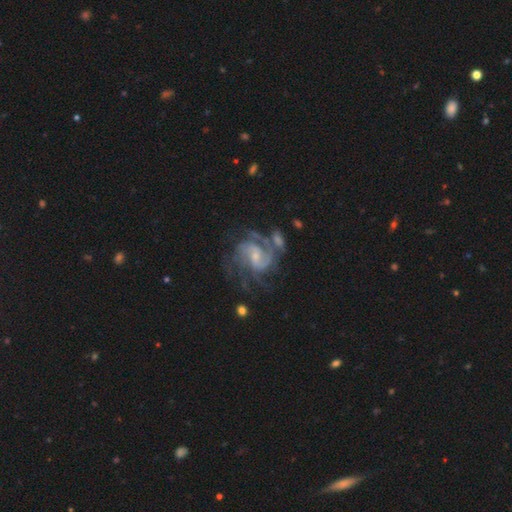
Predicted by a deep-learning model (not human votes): This is clearly a featured or disk galaxy (88%). It is clearly not viewed edge-on (98%). Bar: possibly weak (47%). Spiral arm pattern: clearly yes (96%). Spiral arm count: marginally 2 (32%). Spiral winding: possibly medium (46%). Central bulge: likely small (65%). Merging: possibly none (52%).